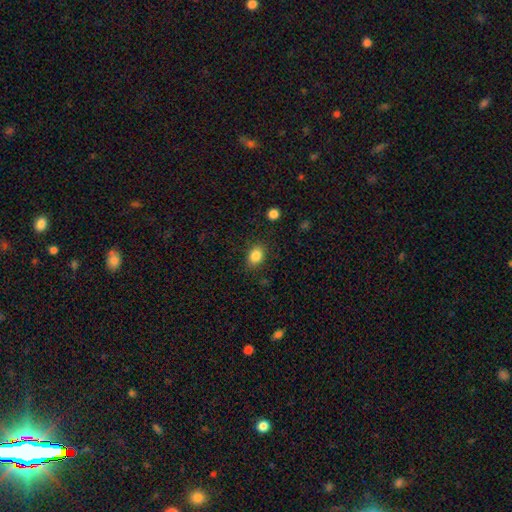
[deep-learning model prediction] Smooth or featured? smooth (85%)
How rounded? in between (67%)
Merging? none (86%)